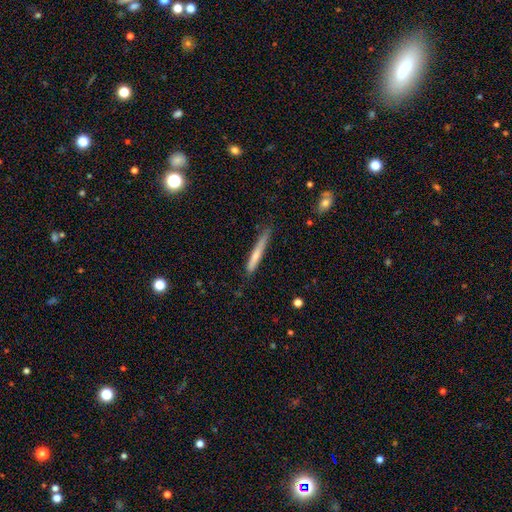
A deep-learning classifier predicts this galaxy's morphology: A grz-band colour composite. It shows a smooth galaxy with no disk features (63%) that is cigar-shaped (95%). Merging: none (75%).